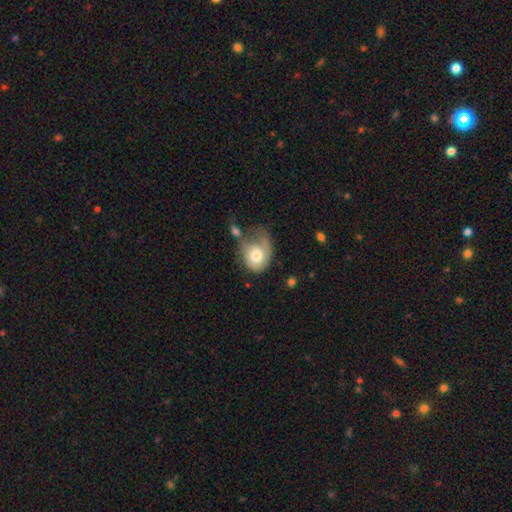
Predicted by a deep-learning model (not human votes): Smooth or featured: smooth — 67% (featured or disk — 27%)
How rounded: round — 50% (in between — 49%)
Merging: major disturbance — 36% (minor disturbance — 25%)